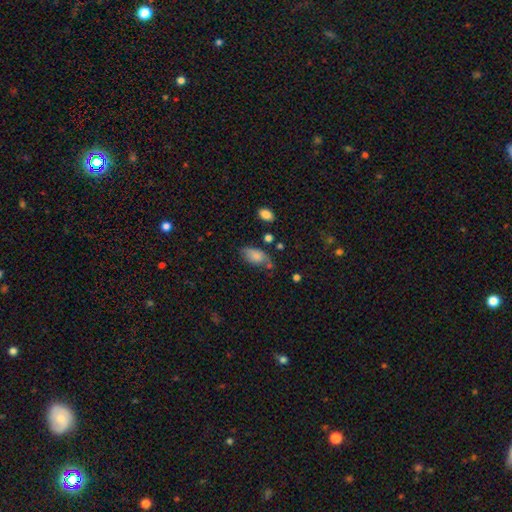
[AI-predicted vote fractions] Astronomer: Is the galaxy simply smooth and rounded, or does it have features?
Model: smooth — 77%.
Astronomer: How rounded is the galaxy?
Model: in between — 92%.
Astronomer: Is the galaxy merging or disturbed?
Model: none — 51% (runner-up: minor disturbance, 31%).